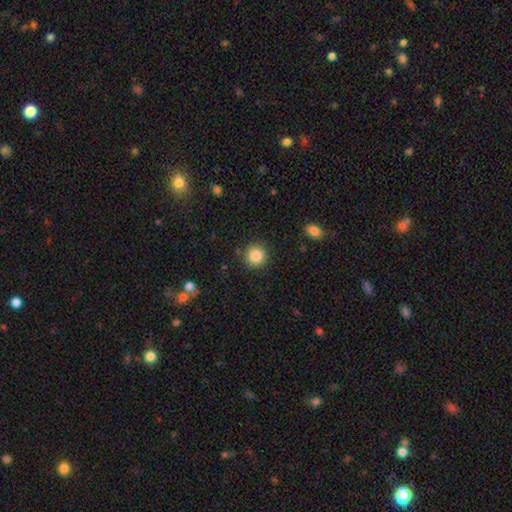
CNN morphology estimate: smooth 86%, star or artifact 9%, featured or disk 5%. Down the decision tree: how rounded — round (94%); merging — none (89%).